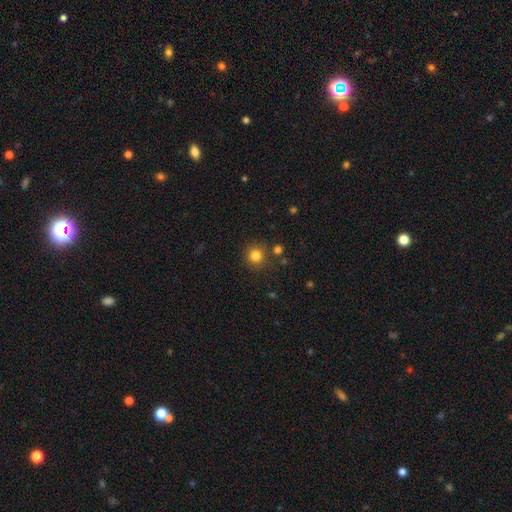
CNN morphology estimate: Q: Smooth or featured?
A: smooth (81%); runner-up: star or artifact (14%)
Q: How rounded?
A: round (93%); runner-up: in between (6%)
Q: Merging?
A: none (85%); runner-up: minor disturbance (7%)